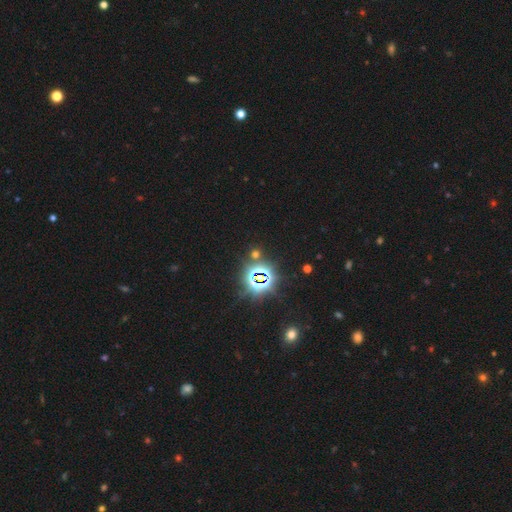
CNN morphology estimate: smooth_or_featured: star or artifact (p=0.80) [alt: smooth p=0.13]